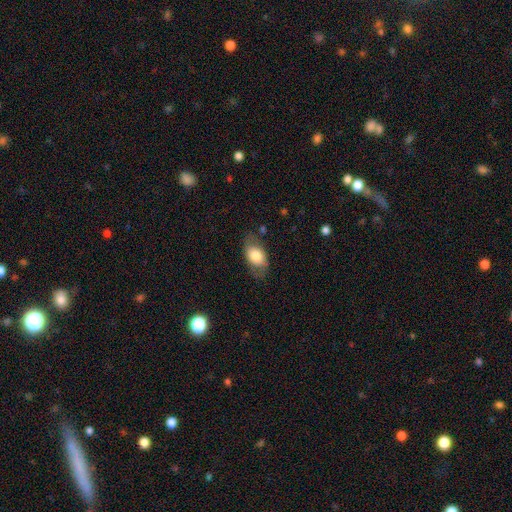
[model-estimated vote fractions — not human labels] The model was most divided on "smooth or featured": smooth: 70%, featured or disk: 23%, star or artifact: 7%. More confident: how rounded — in between (89%); merging — none (69%).